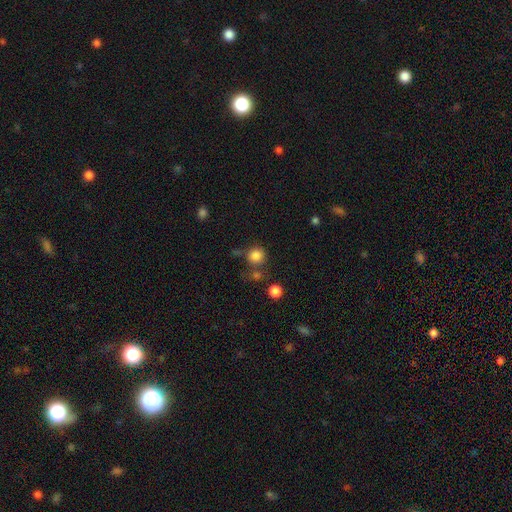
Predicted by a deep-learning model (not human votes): A smooth galaxy with no disk features (83%) that is round (90%). Merging: none (67%).